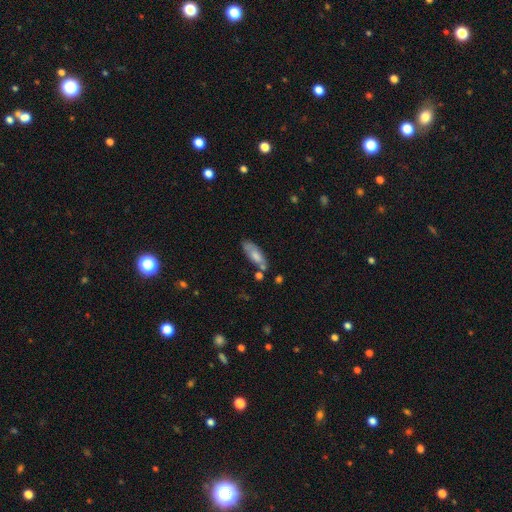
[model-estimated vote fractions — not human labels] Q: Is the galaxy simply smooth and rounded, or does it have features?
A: smooth — 71%.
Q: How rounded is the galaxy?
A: in between — 68%.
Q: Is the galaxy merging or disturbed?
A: none — 62%.